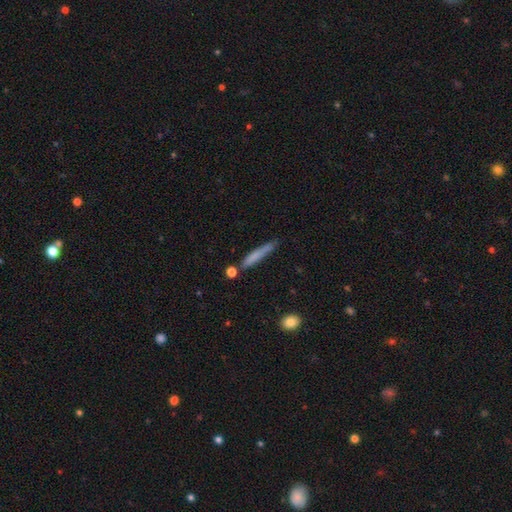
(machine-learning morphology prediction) This is likely a smooth galaxy (71%). How rounded: clearly cigar-shaped (93%). Merging: likely none (69%).